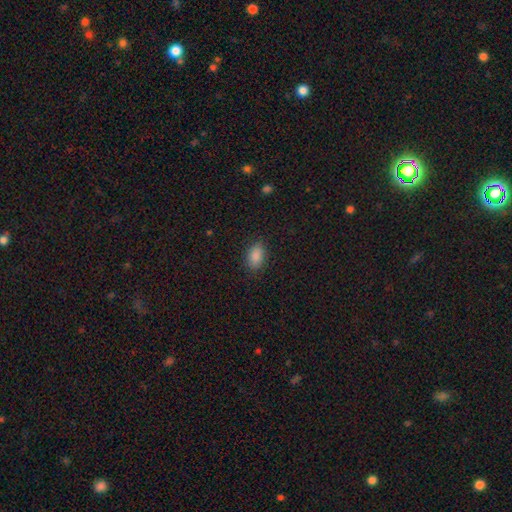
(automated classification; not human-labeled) Smooth or featured?
  - smooth: 88% *
  - star or artifact: 9%
  - featured or disk: 4%
How rounded?
  - in between: 90% *
  - round: 8%
  - cigar-shaped: 2%
Merging?
  - none: 85% *
  - minor disturbance: 11%
  - major disturbance: 3%
  - merger: 1%